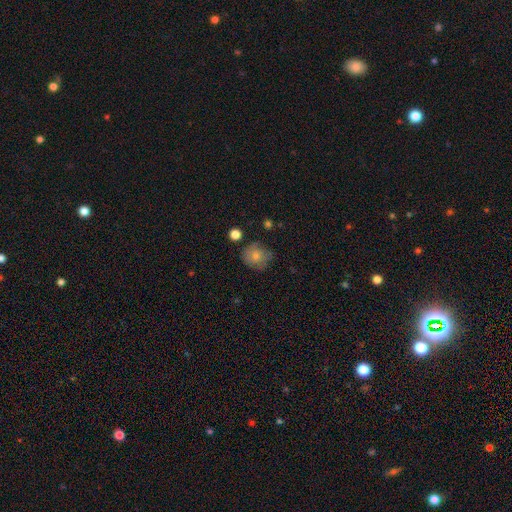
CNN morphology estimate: smooth_or_featured: smooth (p=0.74) [alt: featured or disk p=0.17]
how_rounded: round (p=0.83) [alt: in between p=0.16]
merging: none (p=0.67) [alt: minor disturbance p=0.23]